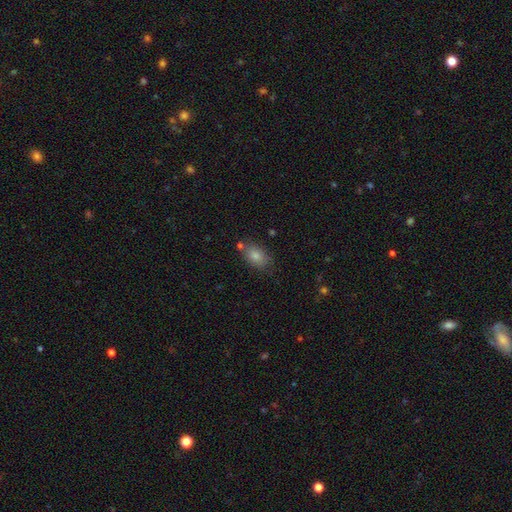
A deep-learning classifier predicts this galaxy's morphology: Q: Smooth or featured?
A: smooth (81%); runner-up: featured or disk (10%)
Q: How rounded?
A: in between (87%); runner-up: round (11%)
Q: Merging?
A: none (71%); runner-up: minor disturbance (15%)